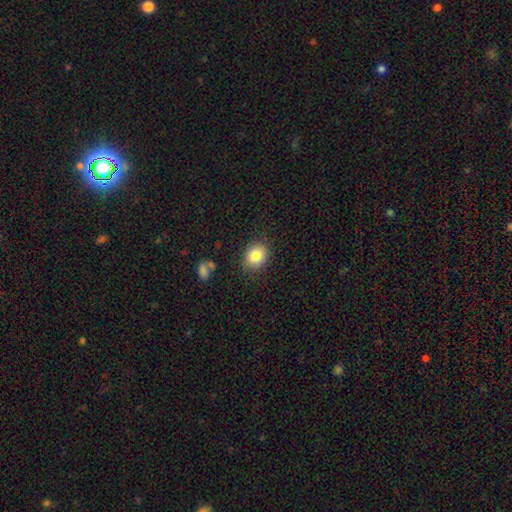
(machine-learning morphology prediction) smooth 83%, star or artifact 9%, featured or disk 8%. Down the decision tree: how rounded — round (57%); merging — none (86%).